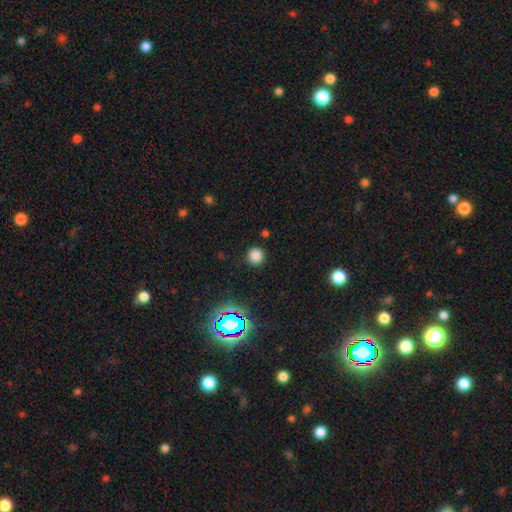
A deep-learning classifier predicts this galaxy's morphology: The model was most divided on "smooth or featured": smooth: 79%, star or artifact: 16%, featured or disk: 4%. More confident: how rounded — round (93%); merging — none (89%).